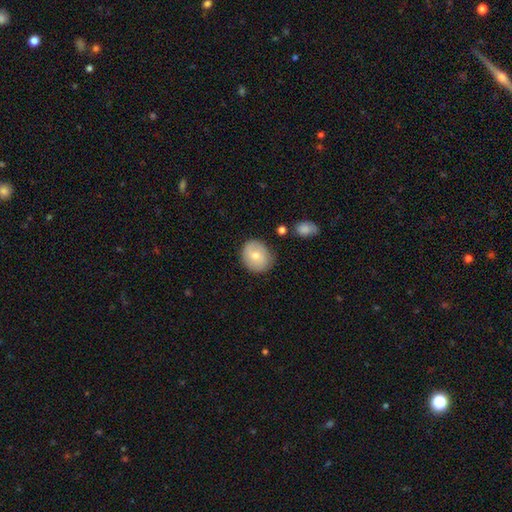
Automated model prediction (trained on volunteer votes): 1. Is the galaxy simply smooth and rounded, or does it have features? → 69% smooth, 24% featured or disk, 7% star or artifact.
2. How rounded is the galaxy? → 71% round, 28% in between, 1% cigar-shaped.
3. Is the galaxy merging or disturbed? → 79% none, 15% minor disturbance, 3% major disturbance, 3% merger.